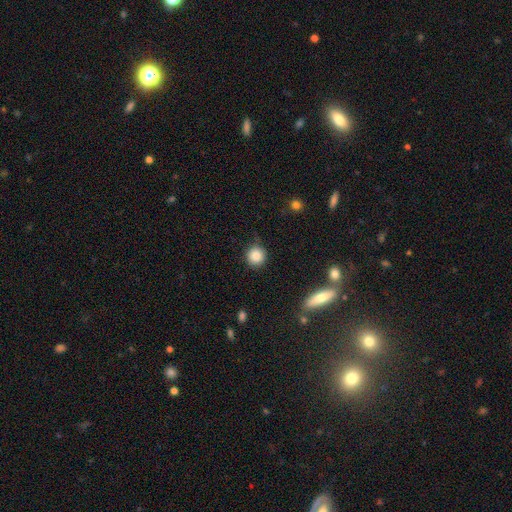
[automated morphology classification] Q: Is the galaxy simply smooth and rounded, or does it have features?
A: smooth — 86%.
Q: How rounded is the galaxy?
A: round — 93%.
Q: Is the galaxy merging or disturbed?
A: none — 85%.